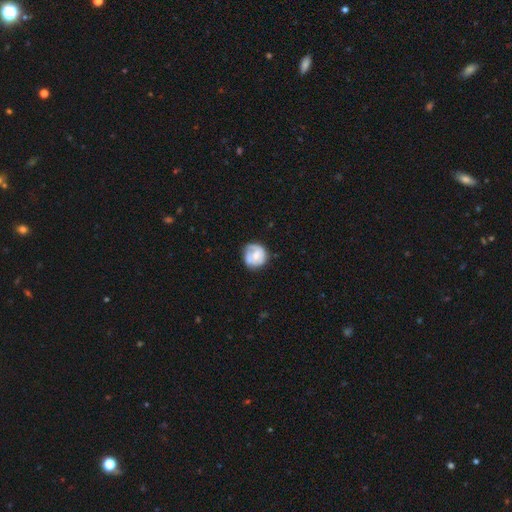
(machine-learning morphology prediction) Smooth or featured?
  - smooth: 52% *
  - featured or disk: 41%
  - star or artifact: 7%
How rounded?
  - round: 89% *
  - in between: 10%
  - cigar-shaped: 1%
Merging?
  - none: 66% *
  - minor disturbance: 24%
  - major disturbance: 8%
  - merger: 2%